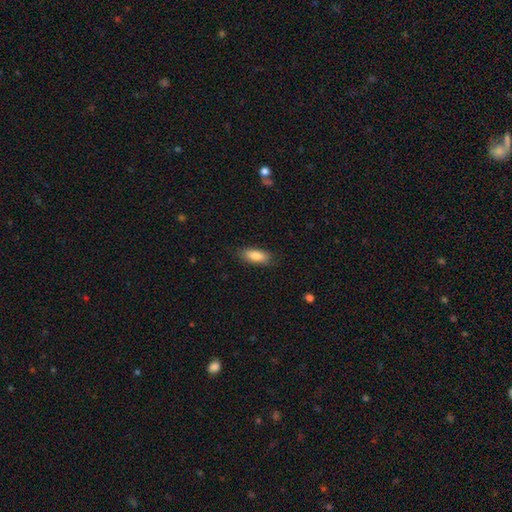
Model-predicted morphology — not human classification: This is clearly a smooth galaxy (84%). How rounded: likely in between (77%). Merging: clearly none (83%).